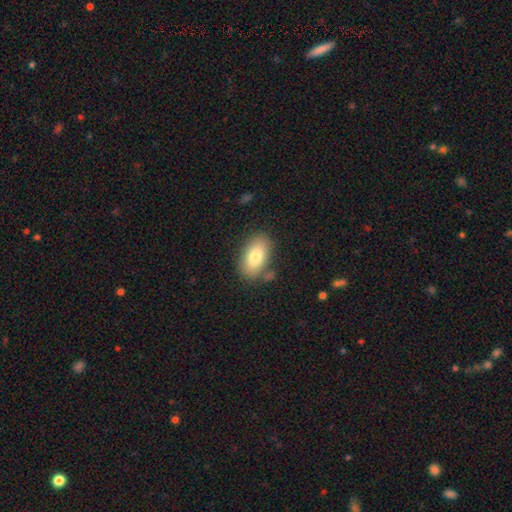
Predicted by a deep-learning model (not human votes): This appears to be a smooth galaxy with no disk features (79%) that is in between round and cigar-shaped (92%). Merging: none (80%).